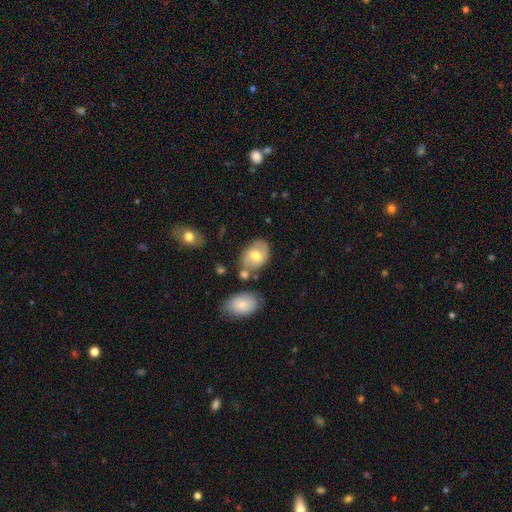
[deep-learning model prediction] Overall: smooth (58%; featured or disk 35%). How rounded: in between (75%). Merging: none (64%).